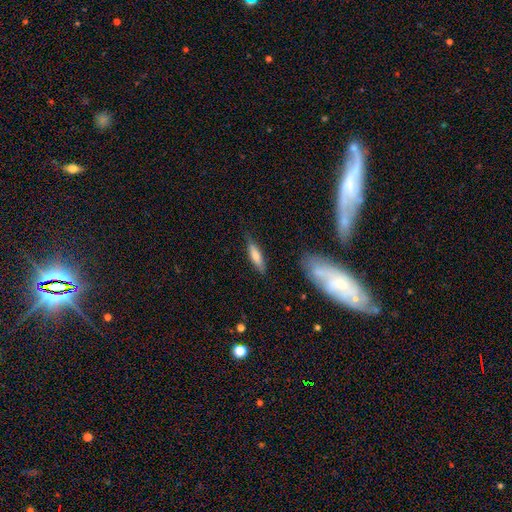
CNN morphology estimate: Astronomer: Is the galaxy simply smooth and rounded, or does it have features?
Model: smooth — 72%.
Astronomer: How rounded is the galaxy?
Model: cigar-shaped — 66%.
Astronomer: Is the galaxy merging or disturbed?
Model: none — 78%.